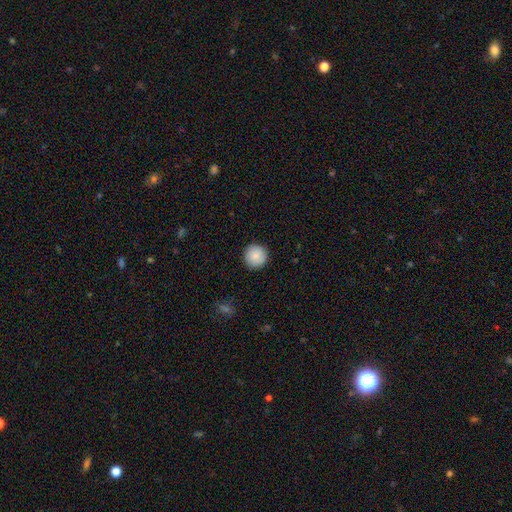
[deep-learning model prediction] This is clearly a smooth galaxy (86%). How rounded: clearly round (96%). Merging: clearly none (91%).